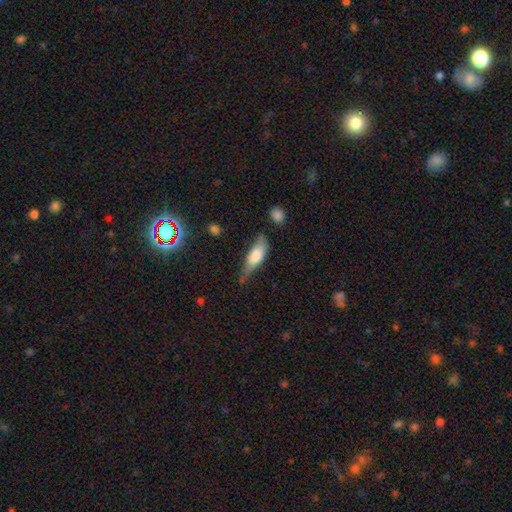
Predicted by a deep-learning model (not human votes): A smooth galaxy with no disk features (65%) that is in between round and cigar-shaped (59%). Merging: minor disturbance (41%).